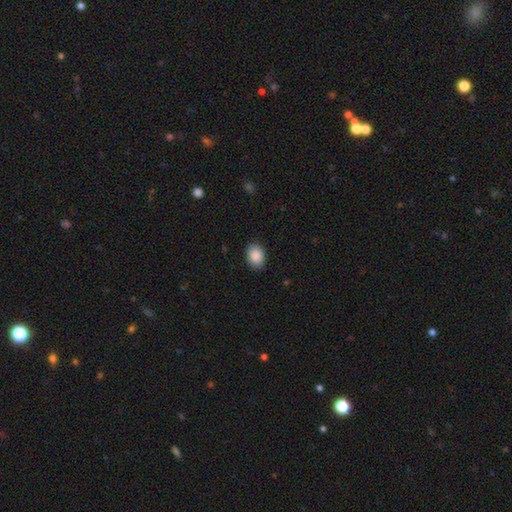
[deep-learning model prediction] This appears to be a smooth galaxy with no disk features (90%) that is in between round and cigar-shaped (76%). Merging: none (88%).